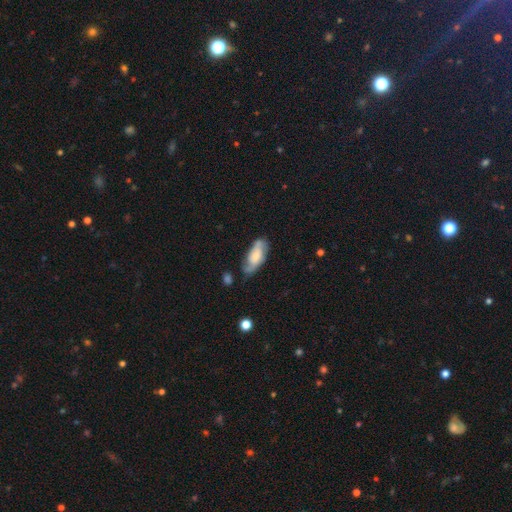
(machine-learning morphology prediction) A smooth galaxy with no disk features (48%).

Vote fractions:
- Smooth or featured? smooth: 48% / featured or disk: 45% / star or artifact: 7%
- Merging? none: 58% / minor disturbance: 28% / major disturbance: 10% / merger: 4%